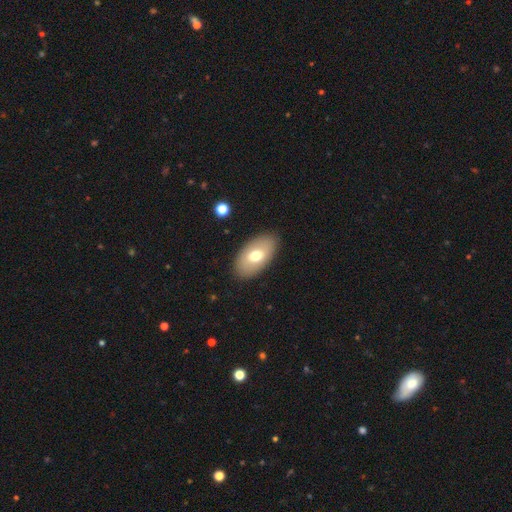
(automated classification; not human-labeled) Smooth or featured? smooth (67%)
How rounded? in between (94%)
Merging? none (86%)